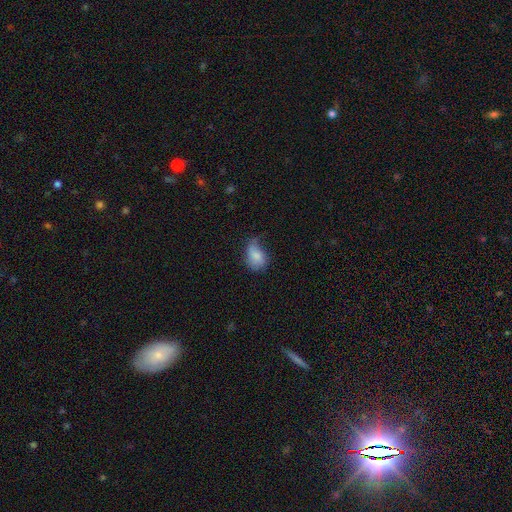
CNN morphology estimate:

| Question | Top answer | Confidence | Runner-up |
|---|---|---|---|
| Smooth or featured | smooth | 74% | featured or disk (18%) |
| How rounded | in between | 82% | round (16%) |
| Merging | minor disturbance | 41% | none (34%) |